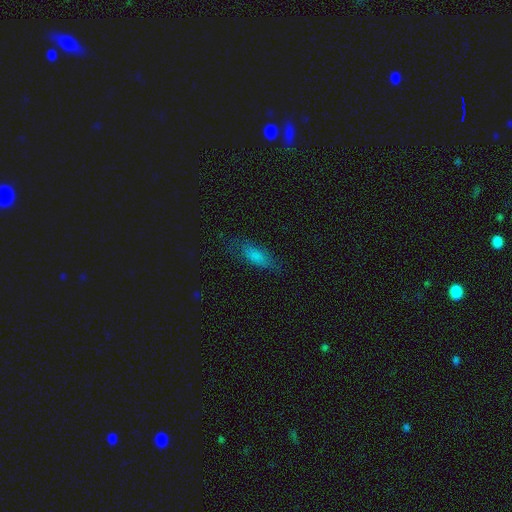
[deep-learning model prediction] Morphology: type=smooth (75%); roundness=in between (67%); merging=none (71%).